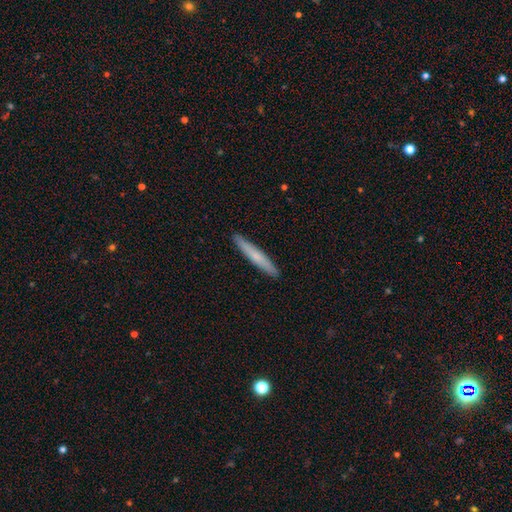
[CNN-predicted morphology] Smooth or featured? Predicted: smooth (p=0.63). How rounded? Predicted: cigar-shaped (p=0.95). Merging? Predicted: none (p=0.92).